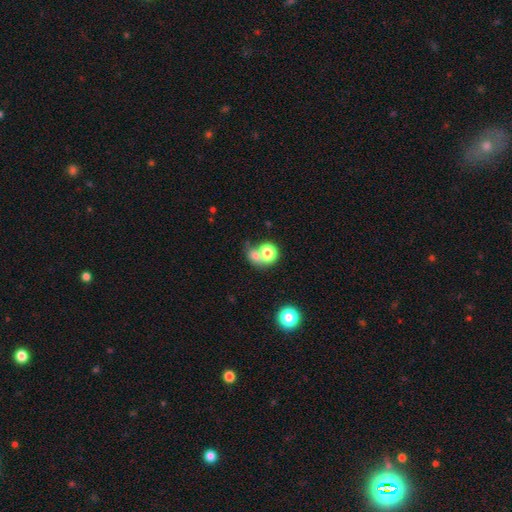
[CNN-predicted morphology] This appears to be a smooth galaxy with no disk features (71%) that is round (66%). Merging: merger (48%).